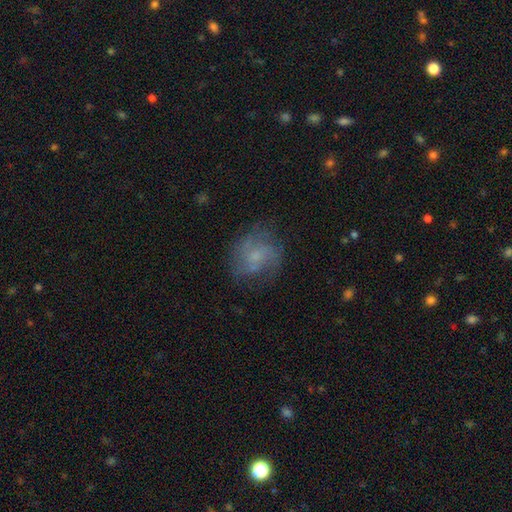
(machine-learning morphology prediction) This appears to be a featured or disk galaxy (52%) with no bar (64%), spiral arms (75%) and a small central bulge (50%). Merging: none (66%).